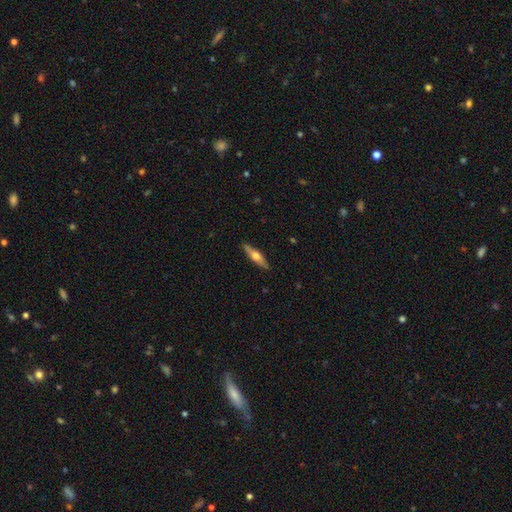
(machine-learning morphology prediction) type=featured or disk (57%); edge-on=yes (95%); edge-on bulge=rounded (92%); merging=none (89%).